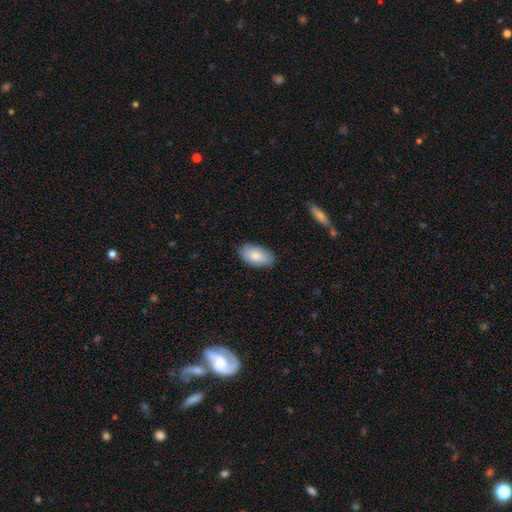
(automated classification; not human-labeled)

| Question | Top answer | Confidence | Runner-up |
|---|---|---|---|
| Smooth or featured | smooth | 82% | featured or disk (12%) |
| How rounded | in between | 94% | round (3%) |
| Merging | none | 84% | minor disturbance (13%) |